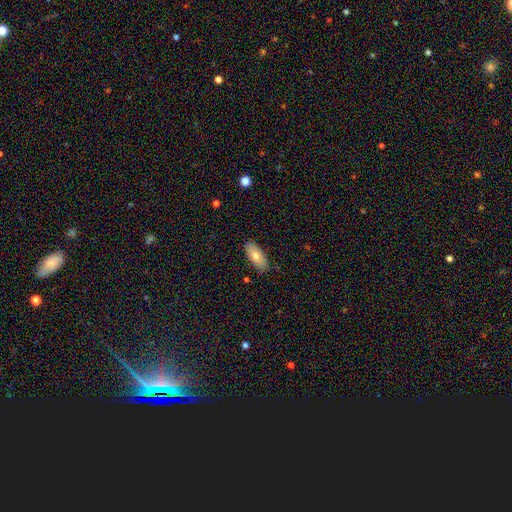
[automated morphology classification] smooth_or_featured: smooth (p=0.74) [alt: featured or disk p=0.19]
how_rounded: in between (p=0.86) [alt: cigar-shaped p=0.12]
merging: none (p=0.86) [alt: minor disturbance p=0.11]